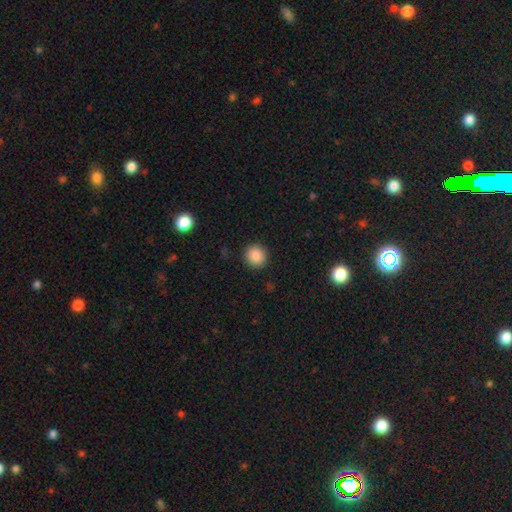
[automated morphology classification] A smooth galaxy with no disk features (88%) that is round (91%).

Vote fractions:
- Smooth or featured? smooth: 88% / star or artifact: 9% / featured or disk: 3%
- How rounded? round: 91% / in between: 8% / cigar-shaped: 1%
- Merging? none: 91% / minor disturbance: 6% / major disturbance: 2% / merger: 1%